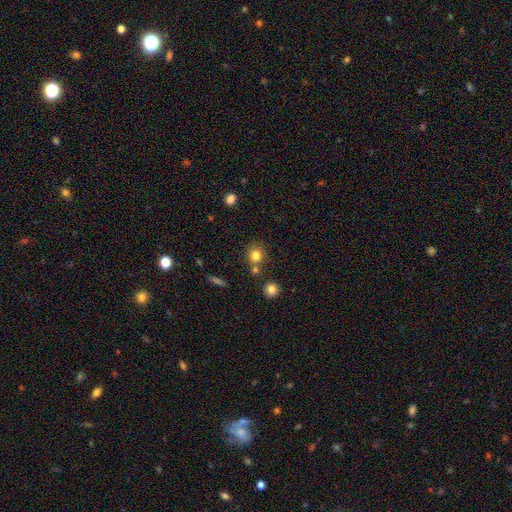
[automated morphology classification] Overall: smooth (81%). How rounded: round (83%). Merging: none (70%).